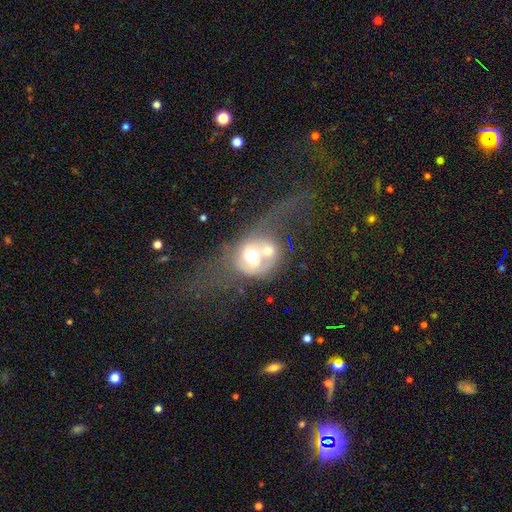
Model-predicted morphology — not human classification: Smooth or featured? featured or disk (49%)
Merging? merger (68%)